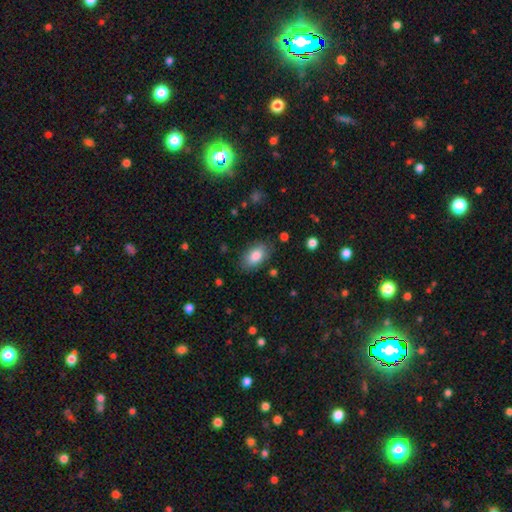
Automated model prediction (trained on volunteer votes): A smooth galaxy with no disk features (84%) that is in between round and cigar-shaped (93%).

Vote fractions:
- Smooth or featured? smooth: 84% / featured or disk: 9% / star or artifact: 7%
- How rounded? in between: 93% / round: 4% / cigar-shaped: 3%
- Merging? none: 82% / minor disturbance: 13% / major disturbance: 4% / merger: 2%